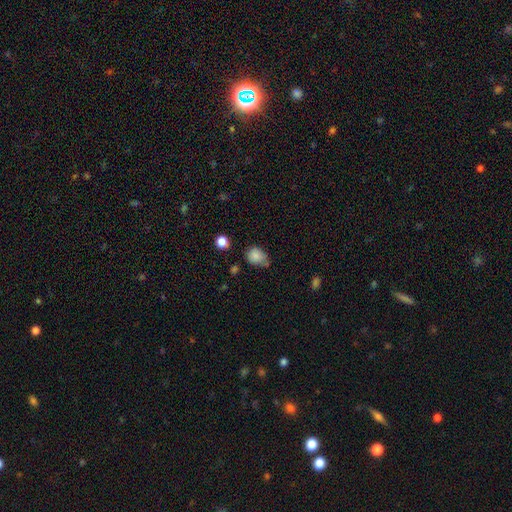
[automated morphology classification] Smooth or featured? Predicted: smooth (p=0.82). How rounded? Predicted: in between (p=0.54). Merging? Predicted: none (p=0.48).